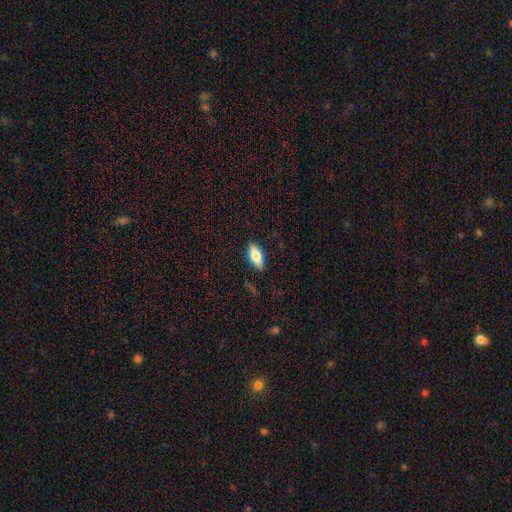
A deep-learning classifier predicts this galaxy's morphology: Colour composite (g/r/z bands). It shows a smooth galaxy with no disk features (75%) that is in between round and cigar-shaped (84%). Merging: none (86%).